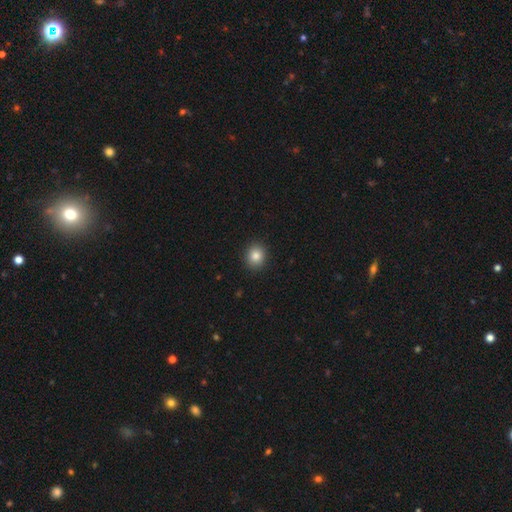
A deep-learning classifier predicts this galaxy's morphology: The model was most divided on "how rounded": round: 76%, in between: 23%, cigar-shaped: 1%. More confident: merging — none (91%); smooth or featured — smooth (84%).